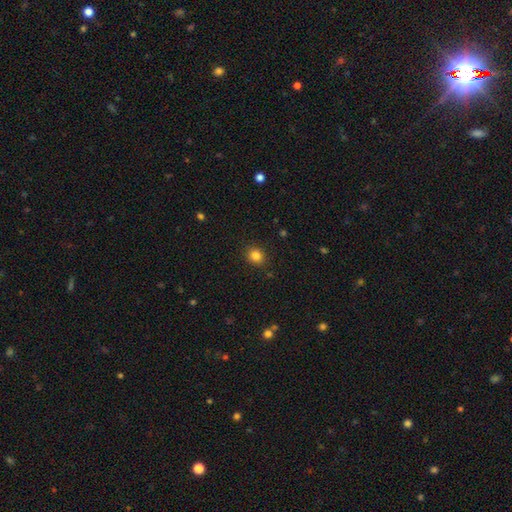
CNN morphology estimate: smooth_or_featured: smooth (p=0.84) [alt: star or artifact p=0.12]
how_rounded: round (p=0.80) [alt: in between p=0.20]
merging: none (p=0.89) [alt: minor disturbance p=0.07]